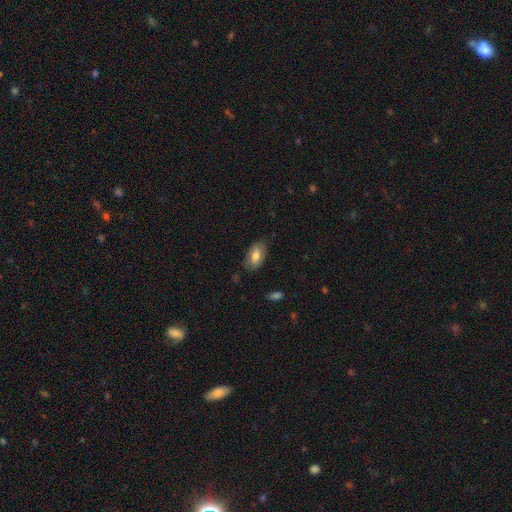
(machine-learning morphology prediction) A smooth galaxy with no disk features (67%) that is in between round and cigar-shaped (93%). Merging: none (75%).